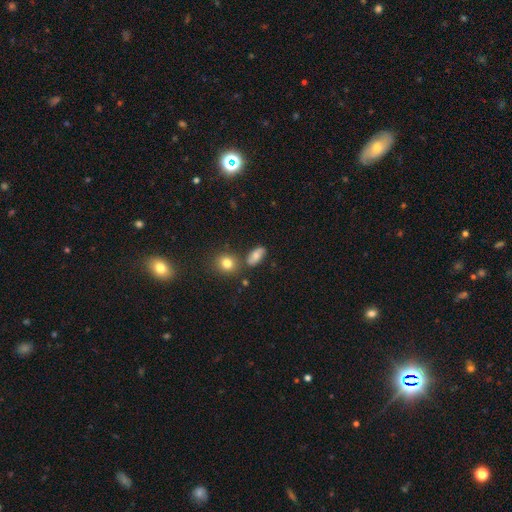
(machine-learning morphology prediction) Smooth or featured?
  - smooth: 73% *
  - featured or disk: 16%
  - star or artifact: 11%
How rounded?
  - in between: 81% *
  - round: 10%
  - cigar-shaped: 8%
Merging?
  - none: 70% *
  - minor disturbance: 15%
  - merger: 11%
  - major disturbance: 4%